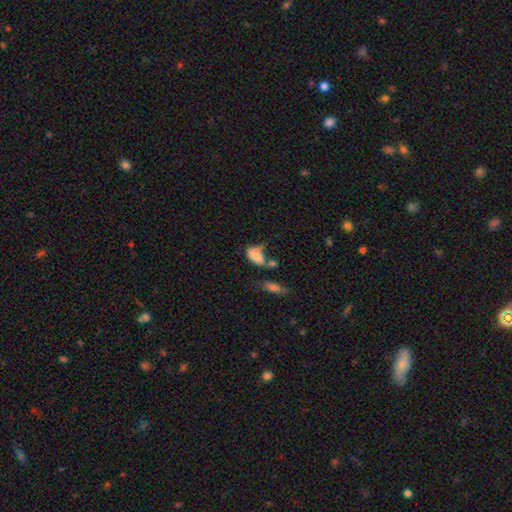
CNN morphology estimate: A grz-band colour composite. It shows a smooth galaxy with no disk features (78%) that is in between round and cigar-shaped (89%). Merging: none (28%).